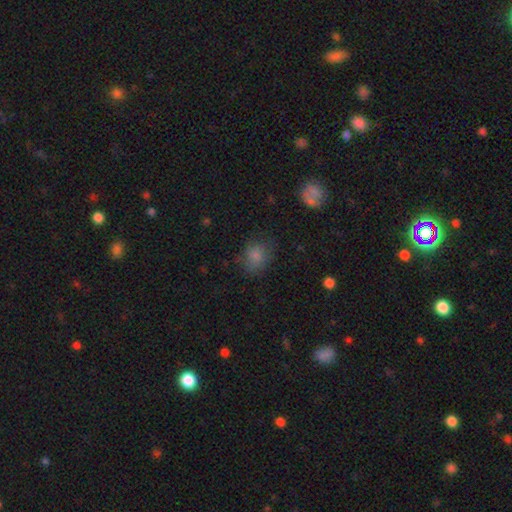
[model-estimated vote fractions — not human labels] The model was most divided on "how rounded": round: 60%, in between: 39%, cigar-shaped: 1%. More confident: smooth or featured — smooth (77%); merging — none (64%).